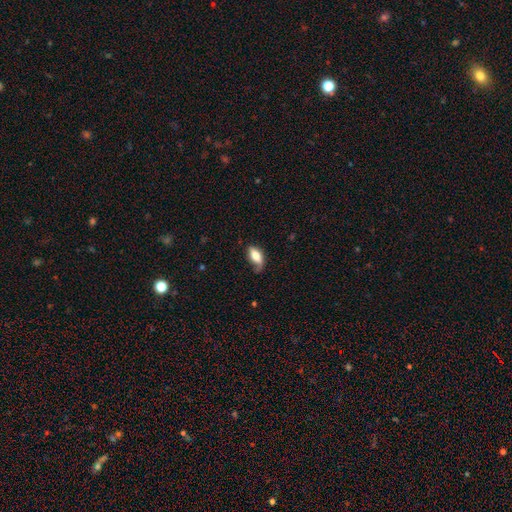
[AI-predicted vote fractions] Overall: smooth (72%). How rounded: in between (87%). Merging: none (43%; minor disturbance 37%).